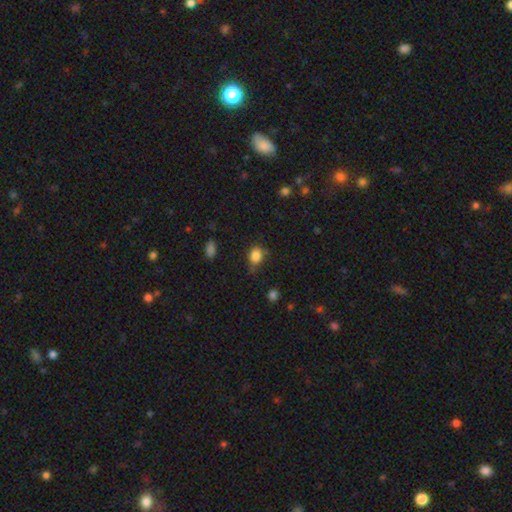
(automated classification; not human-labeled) Smooth or featured? smooth (84%)
How rounded? in between (52%)
Merging? none (58%)